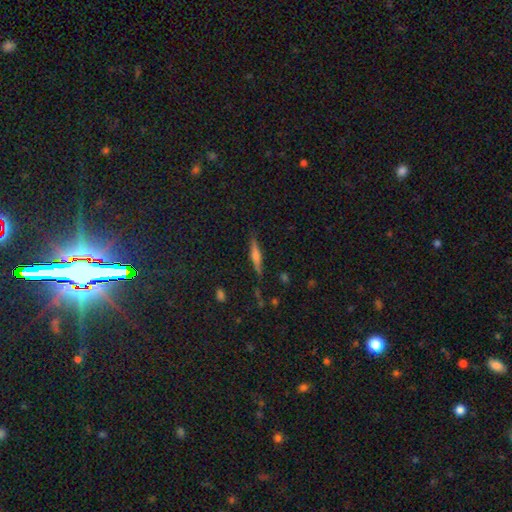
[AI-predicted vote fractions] Smooth or featured?
  - featured or disk: 59% *
  - smooth: 30%
  - star or artifact: 11%
Edge-on disk?
  - yes: 97% *
  - no: 3%
Edge-on bulge?
  - rounded: 77% *
  - boxy: 14%
  - none: 10%
Merging?
  - none: 87% *
  - minor disturbance: 9%
  - major disturbance: 2%
  - merger: 2%